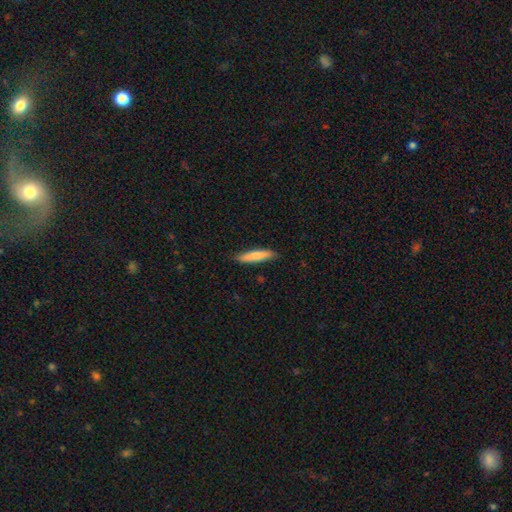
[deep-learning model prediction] Q: Smooth or featured?
A: smooth (73%); runner-up: featured or disk (21%)
Q: How rounded?
A: cigar-shaped (84%); runner-up: in between (15%)
Q: Merging?
A: none (88%); runner-up: minor disturbance (10%)